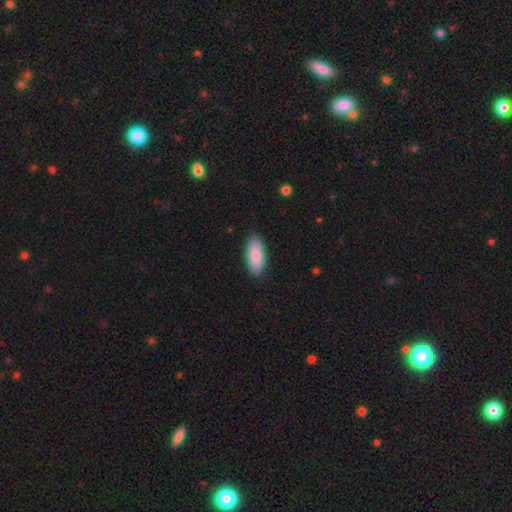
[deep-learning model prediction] Q: Smooth or featured?
A: smooth (87%); runner-up: featured or disk (8%)
Q: How rounded?
A: in between (85%); runner-up: cigar-shaped (13%)
Q: Merging?
A: none (87%); runner-up: minor disturbance (10%)